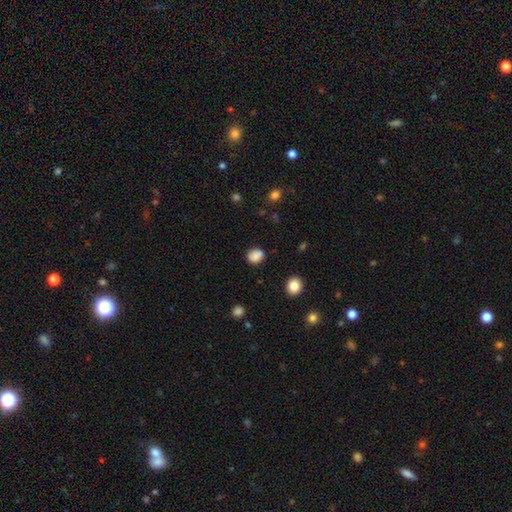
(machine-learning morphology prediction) Overall: smooth (84%). How rounded: round (65%; in between 34%). Merging: none (77%).